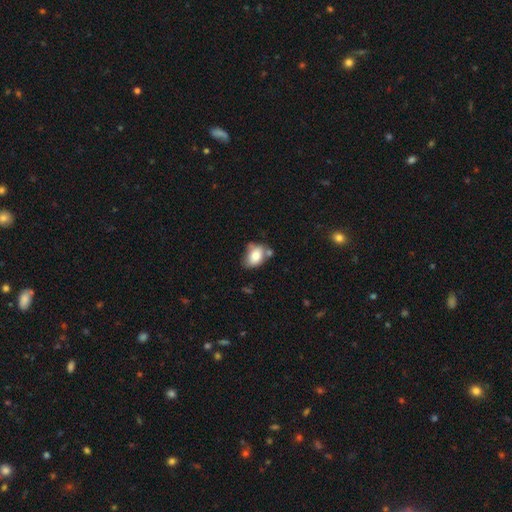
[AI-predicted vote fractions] Smooth or featured?
  - smooth: 77% *
  - featured or disk: 15%
  - star or artifact: 8%
How rounded?
  - in between: 75% *
  - round: 24%
  - cigar-shaped: 1%
Merging?
  - none: 43% *
  - minor disturbance: 27%
  - merger: 22%
  - major disturbance: 9%